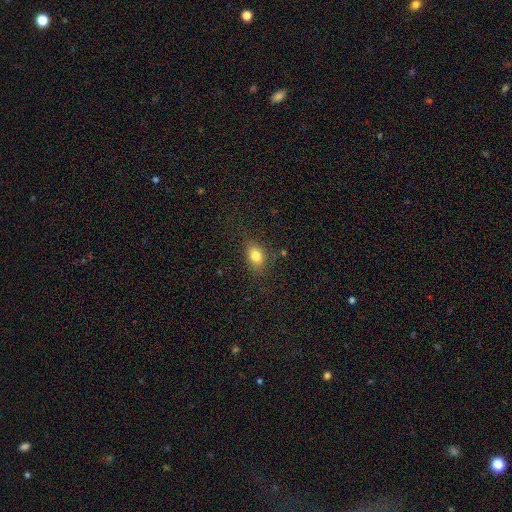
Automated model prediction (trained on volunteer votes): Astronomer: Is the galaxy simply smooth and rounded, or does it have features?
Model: smooth — 80%.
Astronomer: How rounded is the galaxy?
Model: in between — 70%.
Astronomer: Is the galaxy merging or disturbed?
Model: none — 78%.